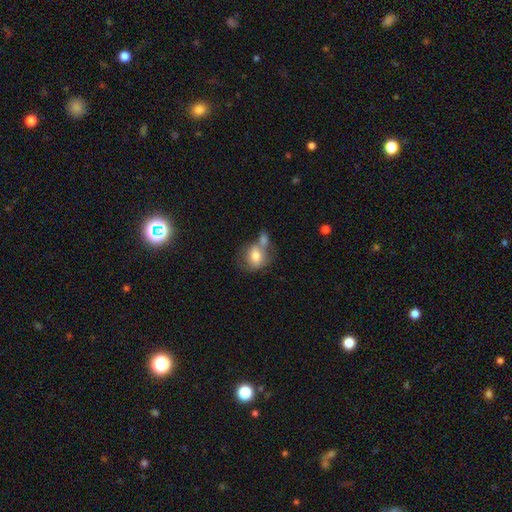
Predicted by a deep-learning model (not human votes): smooth 72%, featured or disk 20%, star or artifact 8%. Down the decision tree: how rounded — round (53%); merging — merger (42%).